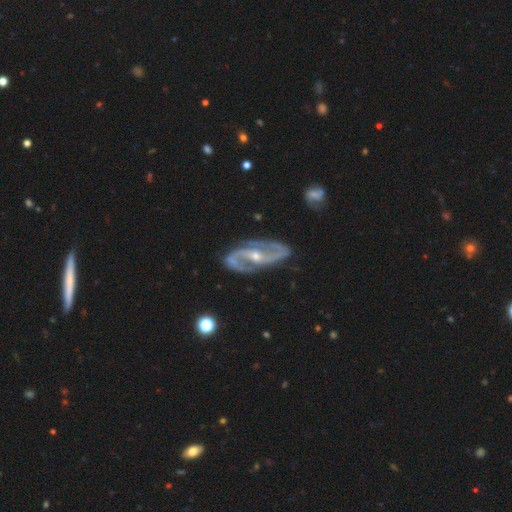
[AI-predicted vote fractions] Smooth or featured: featured or disk — 92% (star or artifact — 4%)
Edge-on disk: no — 95% (yes — 5%)
Bar: strong — 35% (weak — 34%)
Spiral arms: yes — 98% (no — 2%)
Spiral winding: medium — 56% (tight — 23%)
Spiral arm count: 2 — 93% (can't tell — 2%)
Bulge size: moderate — 51% (small — 45%)
Merging: none — 81% (minor disturbance — 14%)